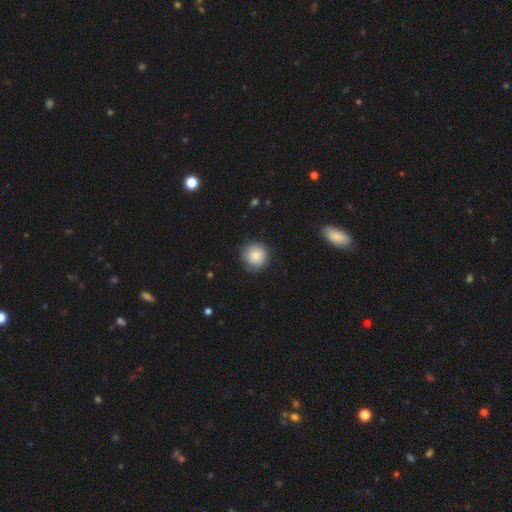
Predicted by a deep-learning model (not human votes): smooth_or_featured: smooth (p=0.82) [alt: featured or disk p=0.10]
how_rounded: round (p=0.94) [alt: in between p=0.05]
merging: none (p=0.79) [alt: minor disturbance p=0.16]